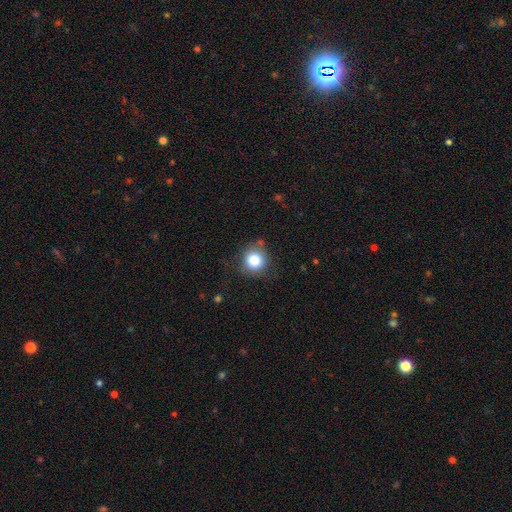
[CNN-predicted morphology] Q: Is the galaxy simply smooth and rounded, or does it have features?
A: smooth — 81%.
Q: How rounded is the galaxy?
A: round — 90%.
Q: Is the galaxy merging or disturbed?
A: none — 79%.